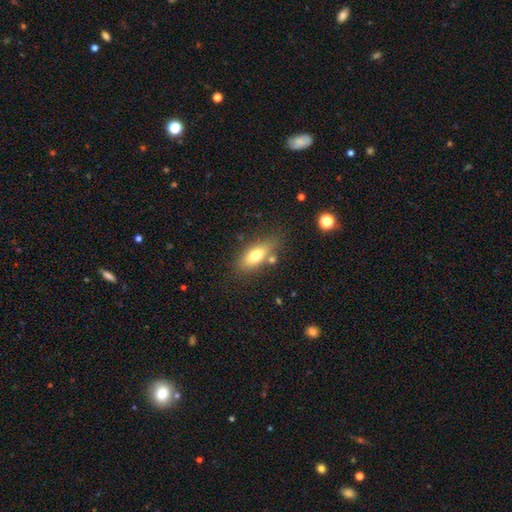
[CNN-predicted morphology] Smooth or featured: smooth — 69% (featured or disk — 23%)
How rounded: in between — 76% (cigar-shaped — 19%)
Merging: none — 70% (minor disturbance — 16%)